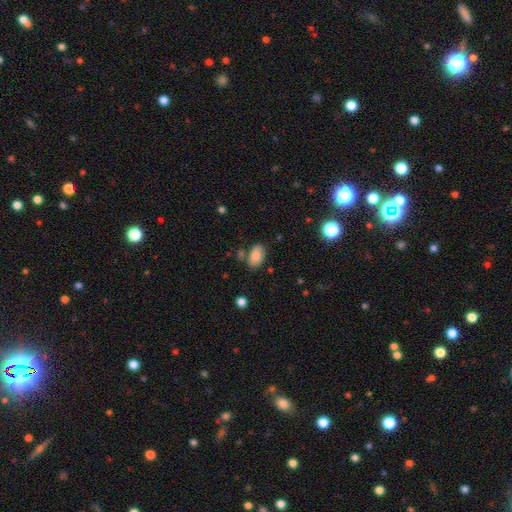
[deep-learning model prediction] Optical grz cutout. It shows a smooth galaxy with no disk features (84%) that is in between round and cigar-shaped (91%). Merging: none (74%).